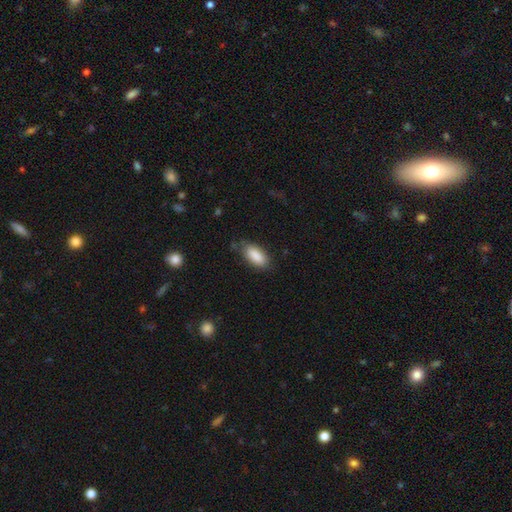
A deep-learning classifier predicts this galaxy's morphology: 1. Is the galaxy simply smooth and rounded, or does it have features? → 88% smooth, 7% star or artifact, 5% featured or disk.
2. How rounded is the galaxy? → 88% in between, 10% cigar-shaped, 2% round.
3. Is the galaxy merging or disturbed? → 75% none, 19% minor disturbance, 4% major disturbance, 2% merger.